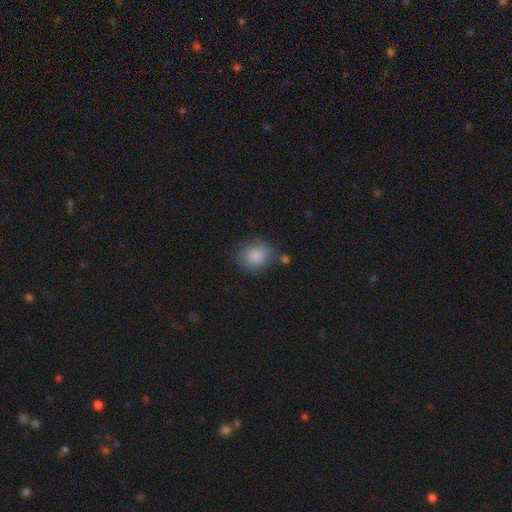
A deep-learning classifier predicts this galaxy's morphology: Q: Smooth or featured?
A: smooth (85%); runner-up: star or artifact (8%)
Q: How rounded?
A: round (67%); runner-up: in between (32%)
Q: Merging?
A: none (74%); runner-up: minor disturbance (15%)